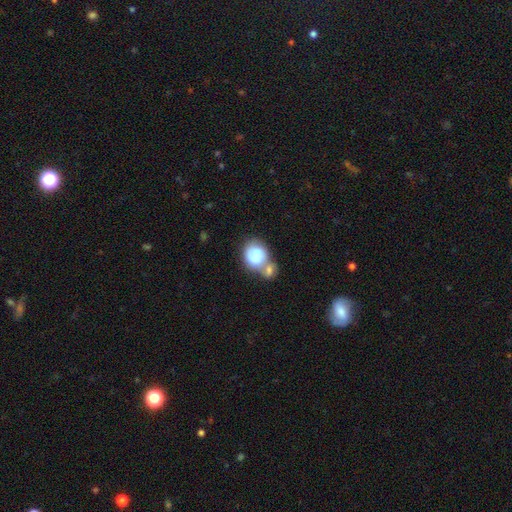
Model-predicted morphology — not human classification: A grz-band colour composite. It shows a smooth galaxy with no disk features (65%) that is round (52%). Merging: merger (60%).